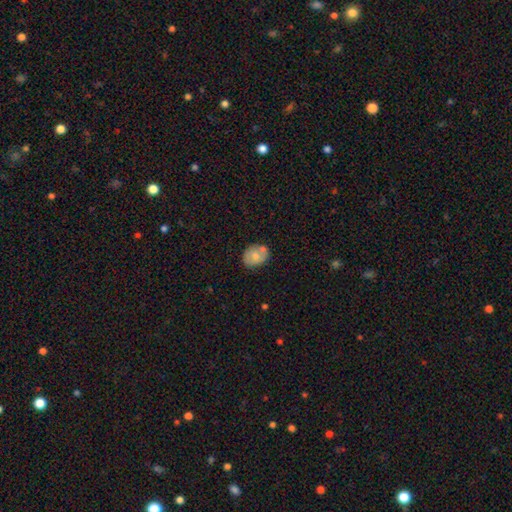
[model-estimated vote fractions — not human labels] This appears to be a smooth galaxy with no disk features (65%) that is in between round and cigar-shaped (66%). Merging: none (59%).